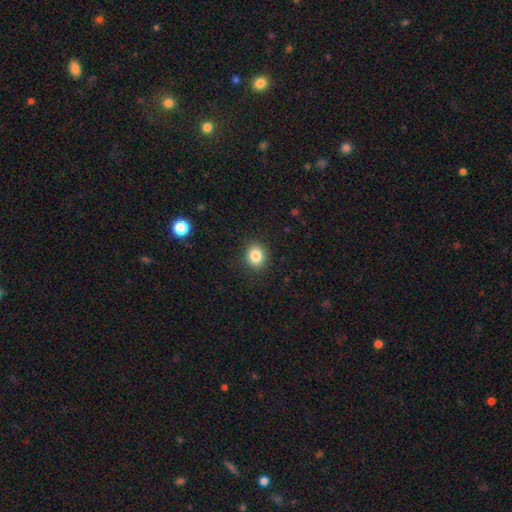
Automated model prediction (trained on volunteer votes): smooth_or_featured: smooth (p=0.84) [alt: star or artifact p=0.10]
how_rounded: round (p=0.66) [alt: in between p=0.33]
merging: none (p=0.89) [alt: minor disturbance p=0.08]